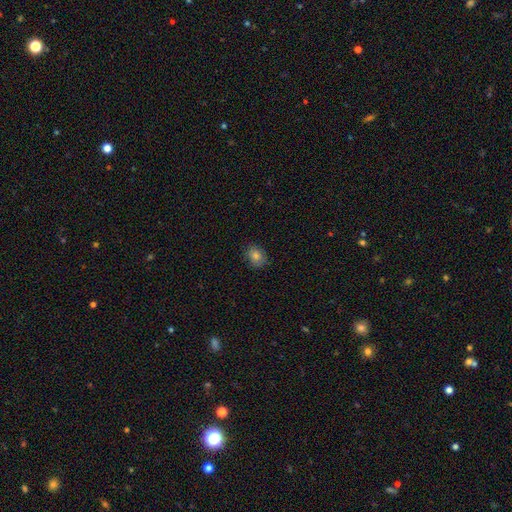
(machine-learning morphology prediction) smooth_or_featured: smooth (p=0.80) [alt: star or artifact p=0.12]
how_rounded: round (p=0.54) [alt: in between p=0.45]
merging: none (p=0.83) [alt: minor disturbance p=0.14]